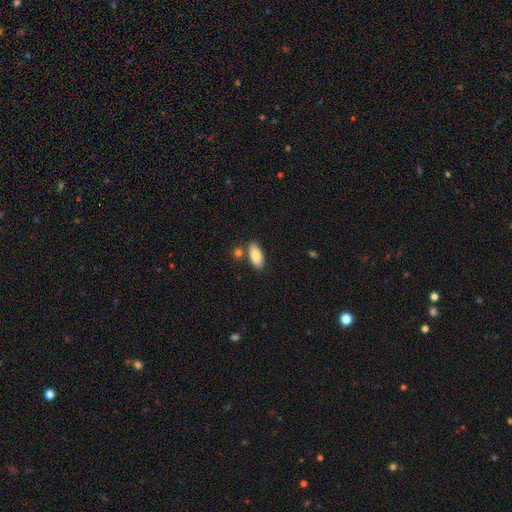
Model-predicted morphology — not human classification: Smooth or featured? Predicted: smooth (p=0.84). How rounded? Predicted: in between (p=0.90). Merging? Predicted: none (p=0.76).